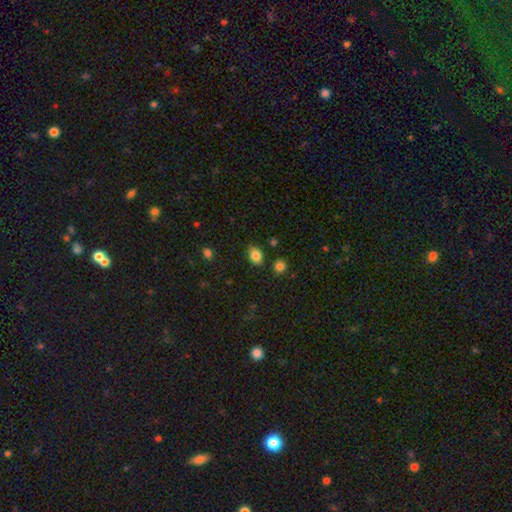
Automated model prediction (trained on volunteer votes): A smooth galaxy with no disk features (84%) that is in between round and cigar-shaped (71%). Merging: none (80%).